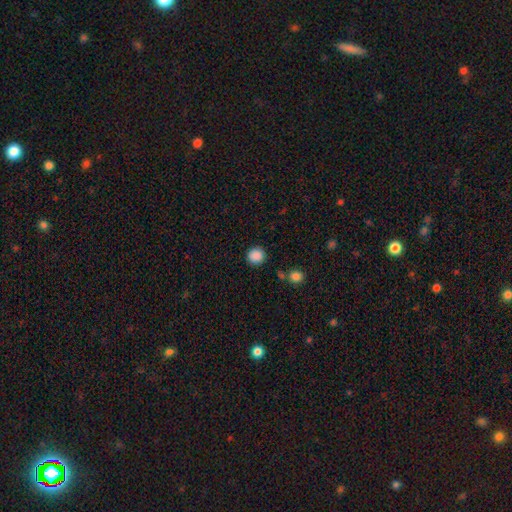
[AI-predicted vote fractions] The model was most divided on "smooth or featured": smooth: 88%, star or artifact: 10%, featured or disk: 3%. More confident: how rounded — round (90%); merging — none (88%).